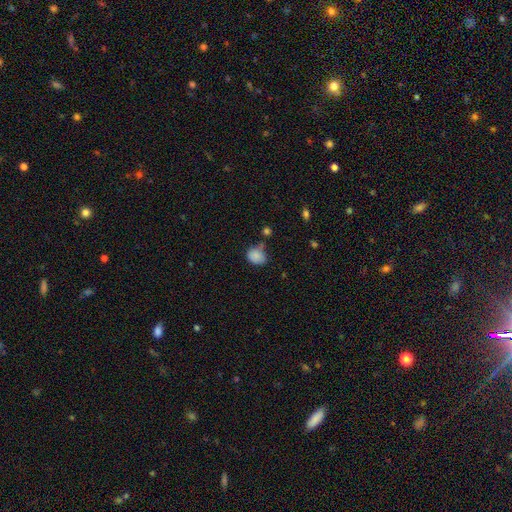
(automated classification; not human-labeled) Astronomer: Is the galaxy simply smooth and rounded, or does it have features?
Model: smooth — 84%.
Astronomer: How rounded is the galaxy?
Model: in between — 58% (runner-up: round, 41%).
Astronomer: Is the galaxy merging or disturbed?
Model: none — 51% (runner-up: minor disturbance, 29%).